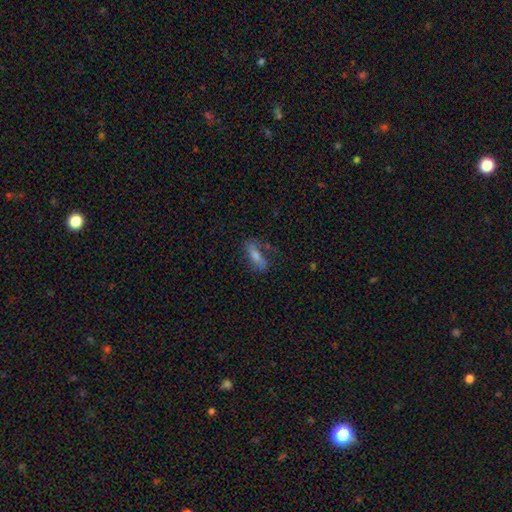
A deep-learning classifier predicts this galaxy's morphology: The model was most divided on "how rounded": in between: 51%, cigar-shaped: 45%, round: 4%. More confident: merging — none (68%); smooth or featured — smooth (55%).